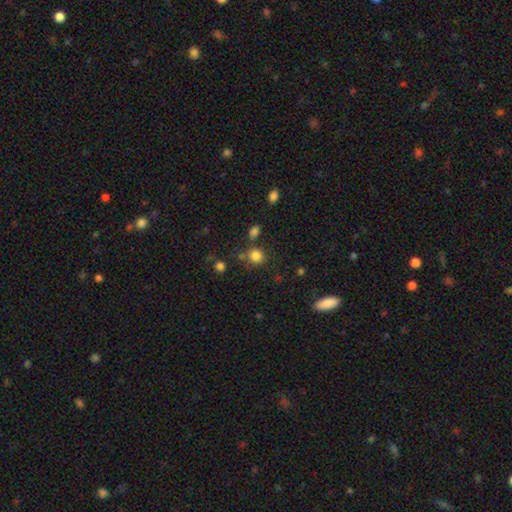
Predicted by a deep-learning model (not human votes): A smooth galaxy with no disk features (81%) that is round (81%).

Vote fractions:
- Smooth or featured? smooth: 81% / star or artifact: 13% / featured or disk: 5%
- How rounded? round: 81% / in between: 18% / cigar-shaped: 1%
- Merging? none: 71% / minor disturbance: 13% / merger: 11% / major disturbance: 5%